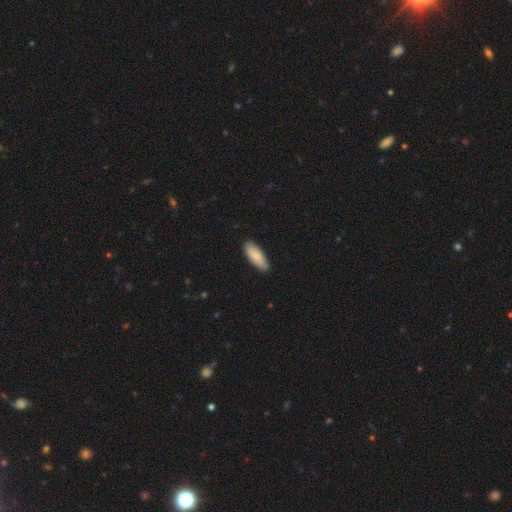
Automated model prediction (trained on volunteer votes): This appears to be a smooth galaxy with no disk features (85%) that is in between round and cigar-shaped (70%). Merging: none (87%).